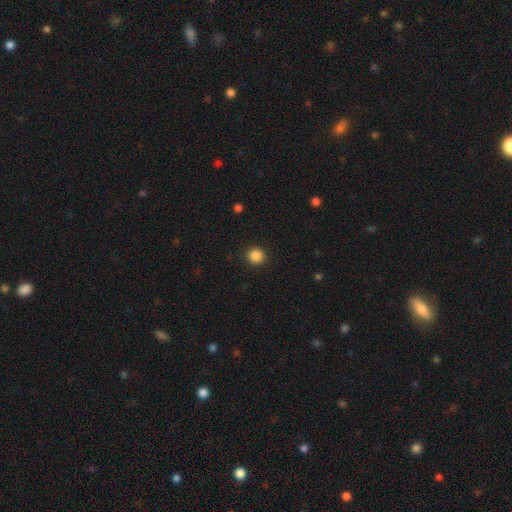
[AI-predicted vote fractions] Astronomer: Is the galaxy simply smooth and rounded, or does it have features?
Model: smooth — 87%.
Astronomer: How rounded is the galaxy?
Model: round — 93%.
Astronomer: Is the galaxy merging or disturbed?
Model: none — 92%.